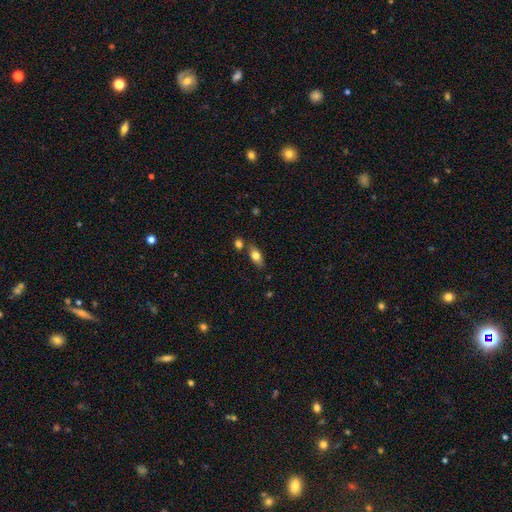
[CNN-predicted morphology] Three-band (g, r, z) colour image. It shows a smooth galaxy with no disk features (75%) that is in between round and cigar-shaped (83%). Merging: none (70%).